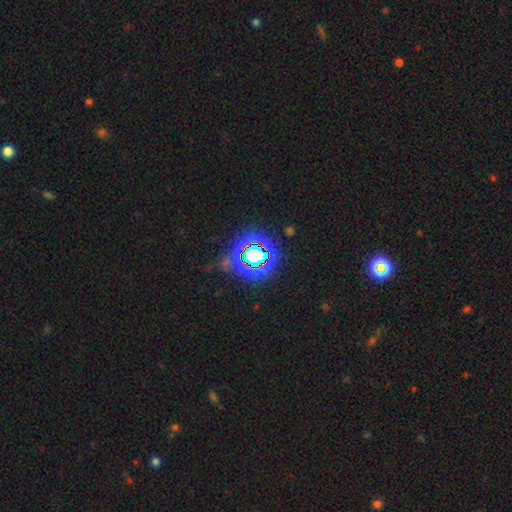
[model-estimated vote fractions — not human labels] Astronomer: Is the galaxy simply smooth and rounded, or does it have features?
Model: star or artifact — 80%.